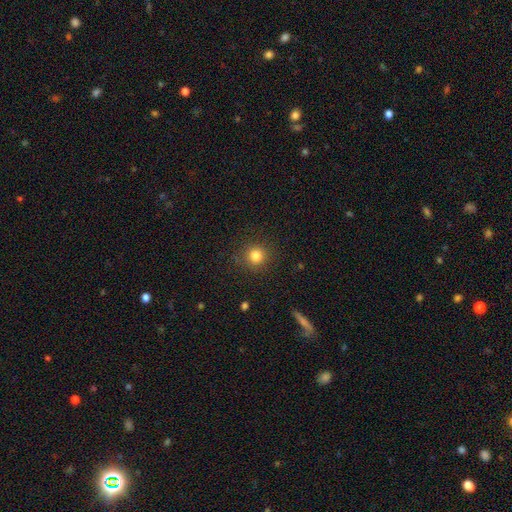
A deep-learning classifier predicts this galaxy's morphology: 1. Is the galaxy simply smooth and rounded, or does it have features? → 83% smooth, 12% star or artifact, 6% featured or disk.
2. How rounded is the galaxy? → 94% round, 5% in between, 1% cigar-shaped.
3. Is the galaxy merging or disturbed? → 90% none, 7% minor disturbance, 3% major disturbance, 1% merger.